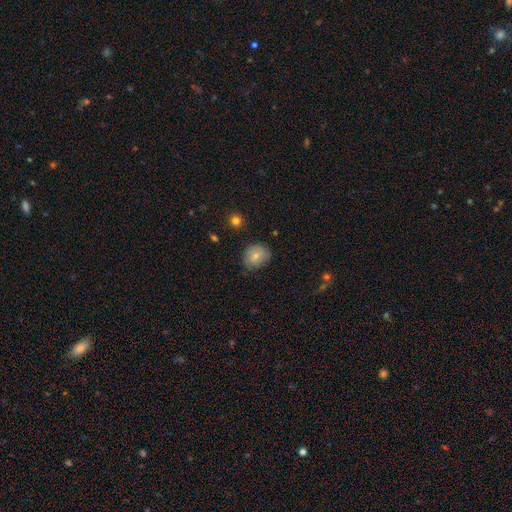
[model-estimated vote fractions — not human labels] smooth_or_featured: smooth (p=0.75) [alt: featured or disk p=0.16]
how_rounded: round (p=0.67) [alt: in between p=0.32]
merging: none (p=0.72) [alt: minor disturbance p=0.22]